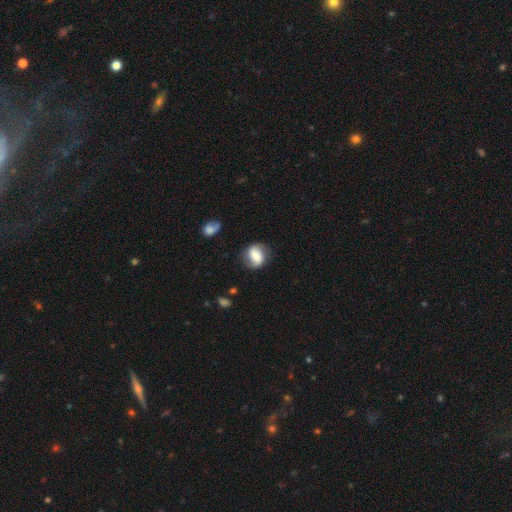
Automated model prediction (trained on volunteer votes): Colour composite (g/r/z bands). It shows a featured or disk galaxy (50%). Merging: none (76%).